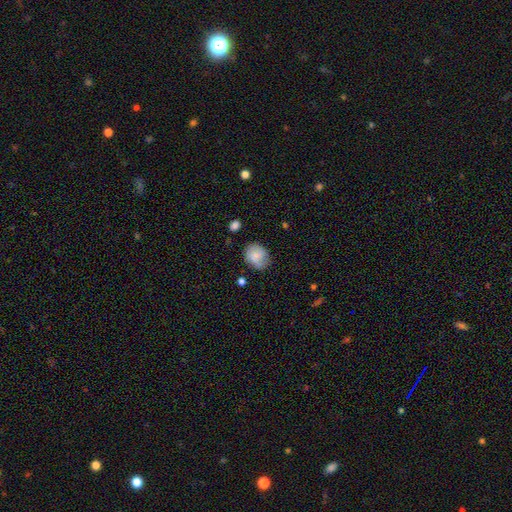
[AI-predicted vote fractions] Smooth or featured: smooth — 71% (featured or disk — 21%)
How rounded: round — 51% (in between — 48%)
Merging: none — 59% (minor disturbance — 28%)